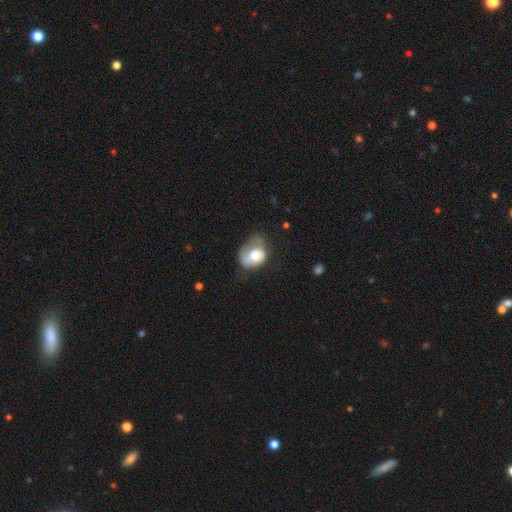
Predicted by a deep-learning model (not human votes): smooth 62%, featured or disk 30%, star or artifact 8%. Down the decision tree: how rounded — in between (63%); merging — minor disturbance (35%, tied with major disturbance).